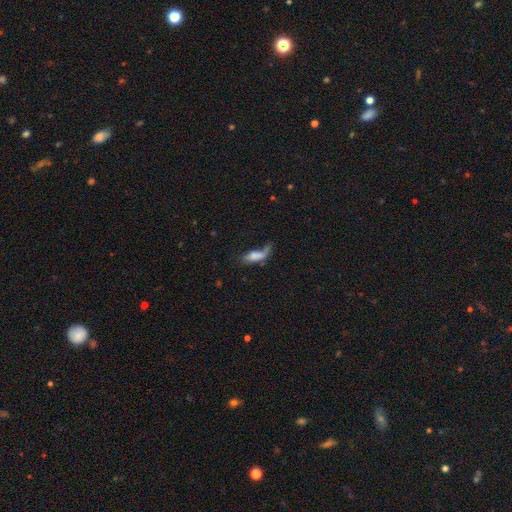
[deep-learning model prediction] Overall: smooth (66%). How rounded: in between (64%; cigar-shaped 33%). Merging: major disturbance (33%; none 32%).